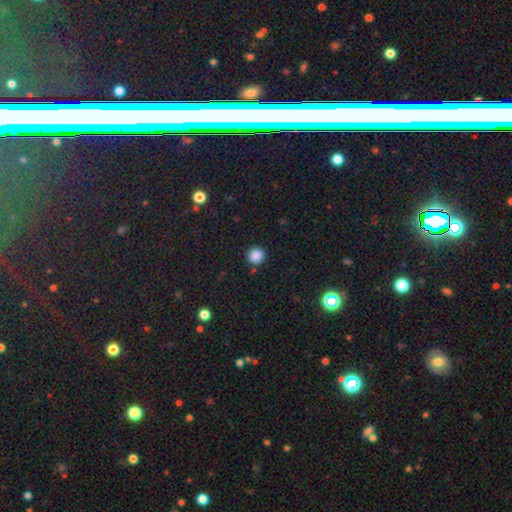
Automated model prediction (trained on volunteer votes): smooth_or_featured: smooth (p=0.86) [alt: star or artifact p=0.11]
how_rounded: round (p=0.94) [alt: in between p=0.05]
merging: none (p=0.88) [alt: minor disturbance p=0.07]